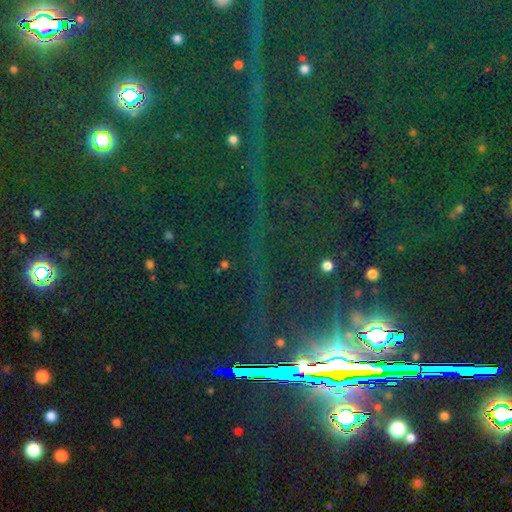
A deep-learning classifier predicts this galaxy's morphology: Q: Smooth or featured?
A: star or artifact (87%); runner-up: featured or disk (6%)